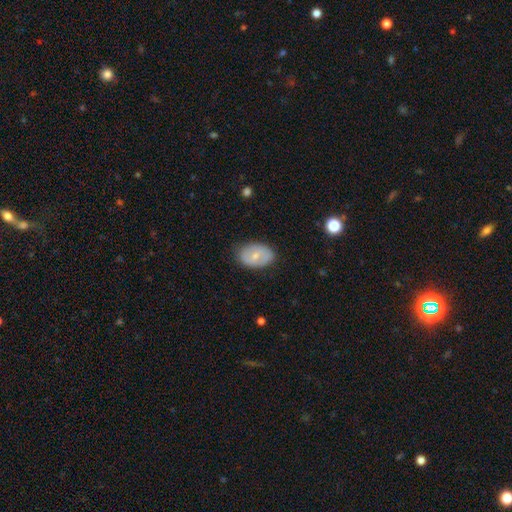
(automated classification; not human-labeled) Morphology: type=smooth (55%); roundness=in between (84%); merging=none (81%).